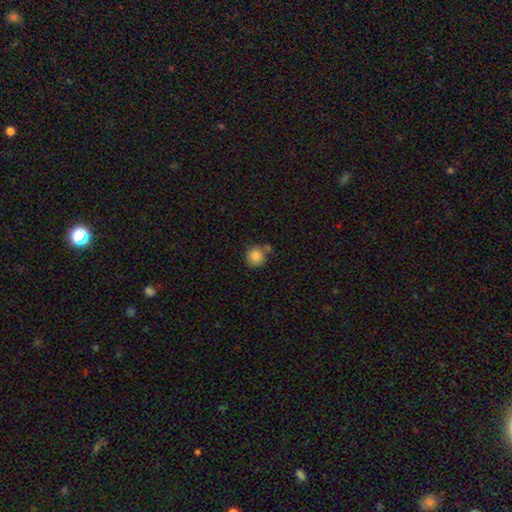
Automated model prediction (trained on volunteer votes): A smooth galaxy with no disk features (86%) that is round (87%).

Vote fractions:
- Smooth or featured? smooth: 86% / star or artifact: 9% / featured or disk: 6%
- How rounded? round: 87% / in between: 12% / cigar-shaped: 1%
- Merging? none: 64% / merger: 16% / minor disturbance: 16% / major disturbance: 4%